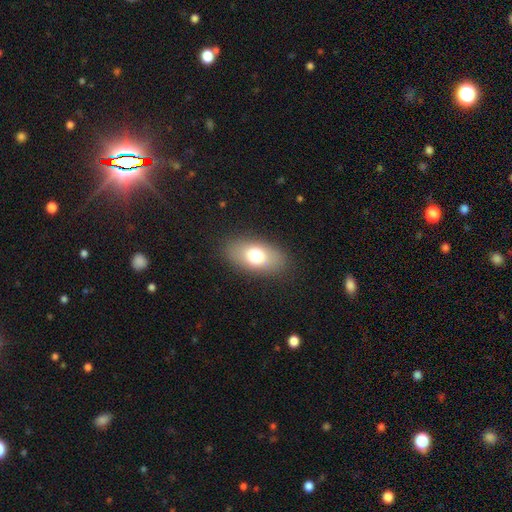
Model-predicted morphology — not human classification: smooth 73%, featured or disk 19%, star or artifact 9%. Down the decision tree: how rounded — in between (89%); merging — none (86%).